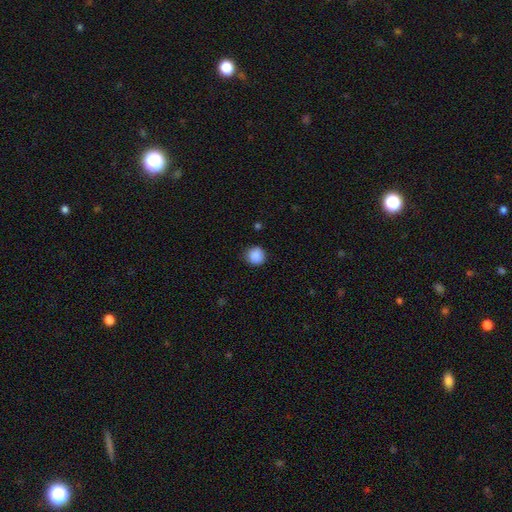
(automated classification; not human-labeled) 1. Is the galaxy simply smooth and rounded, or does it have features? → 88% smooth, 9% star or artifact, 3% featured or disk.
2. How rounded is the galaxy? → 93% round, 6% in between, 1% cigar-shaped.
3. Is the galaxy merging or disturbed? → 87% none, 9% minor disturbance, 2% major disturbance, 1% merger.